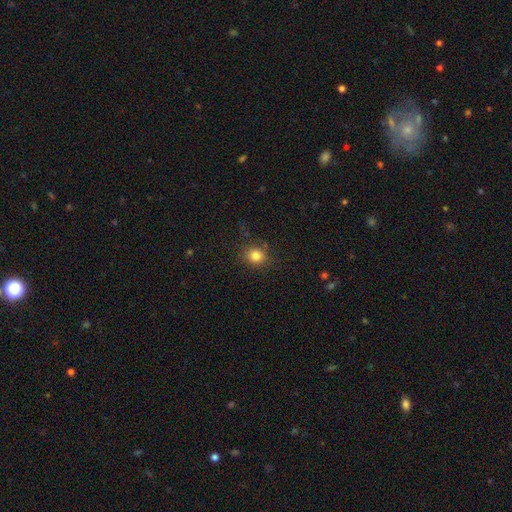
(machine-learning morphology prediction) smooth_or_featured: smooth (p=0.82) [alt: star or artifact p=0.12]
how_rounded: round (p=0.79) [alt: in between p=0.20]
merging: none (p=0.83) [alt: minor disturbance p=0.11]